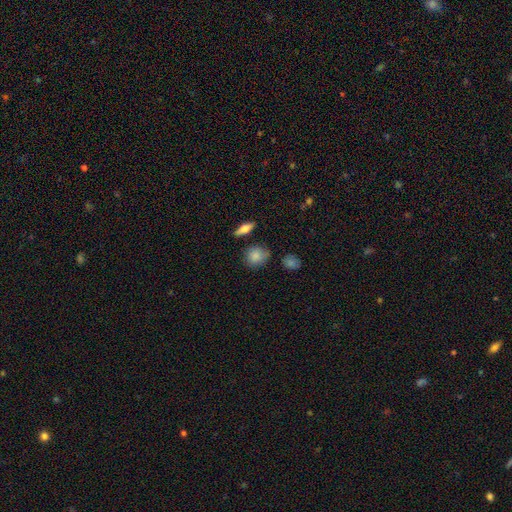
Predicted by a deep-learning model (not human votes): A smooth galaxy with no disk features (84%) that is round (76%).

Vote fractions:
- Smooth or featured? smooth: 84% / star or artifact: 8% / featured or disk: 7%
- How rounded? round: 76% / in between: 22% / cigar-shaped: 2%
- Merging? none: 75% / minor disturbance: 17% / merger: 4% / major disturbance: 4%